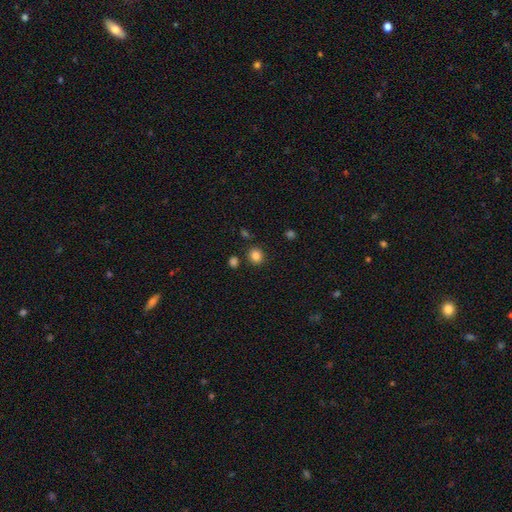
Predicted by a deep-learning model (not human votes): The model was most divided on "how rounded": round: 79%, in between: 20%, cigar-shaped: 1%. More confident: merging — none (85%); smooth or featured — smooth (85%).